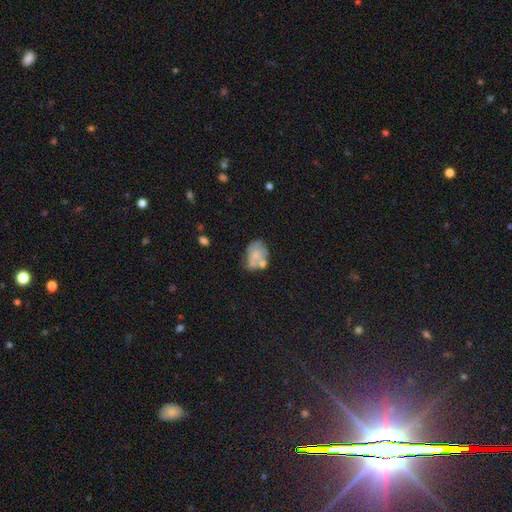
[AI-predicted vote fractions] Smooth or featured: smooth — 60% (featured or disk — 32%)
How rounded: in between — 67% (round — 32%)
Merging: none — 37% (merger — 26%)